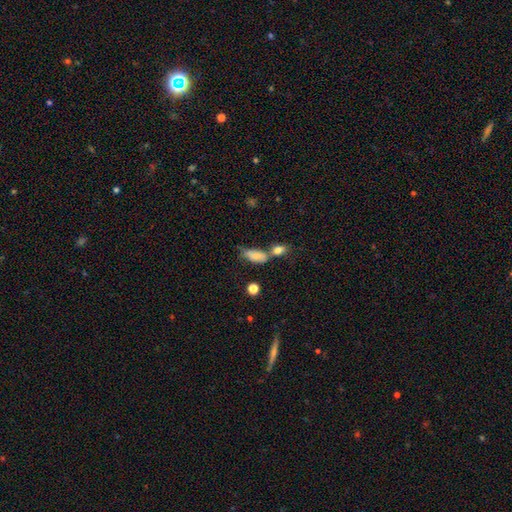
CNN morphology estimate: Smooth or featured: smooth — 76% (featured or disk — 15%)
How rounded: in between — 82% (cigar-shaped — 13%)
Merging: merger — 39% (none — 33%)